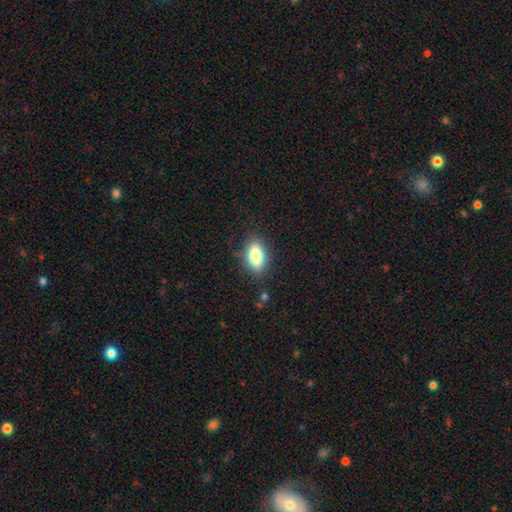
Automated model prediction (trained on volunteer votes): A smooth galaxy with no disk features (78%) that is in between round and cigar-shaped (86%). Merging: none (83%).